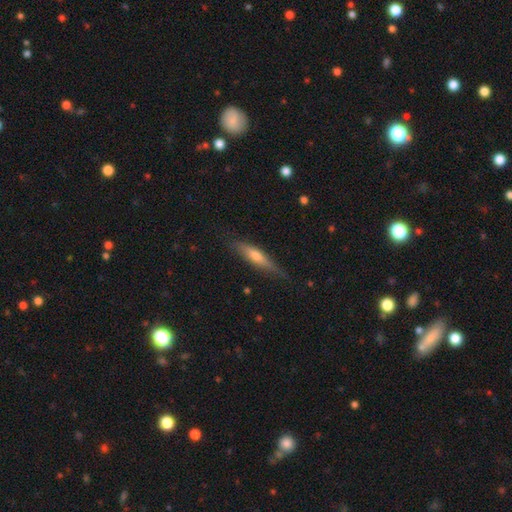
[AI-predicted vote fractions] Morphology: type=featured or disk (50%); edge-on=yes (91%); merging=none (82%).